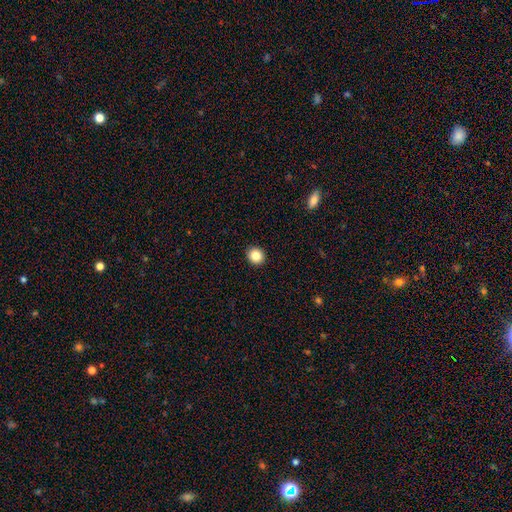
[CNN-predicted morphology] smooth-or-featured: smooth: 84% | star or artifact: 10% | featured or disk: 6%
  how-rounded: round: 83% | in between: 17% | cigar-shaped: 1%
  merging: none: 92% | minor disturbance: 5% | major disturbance: 2% | merger: 1%